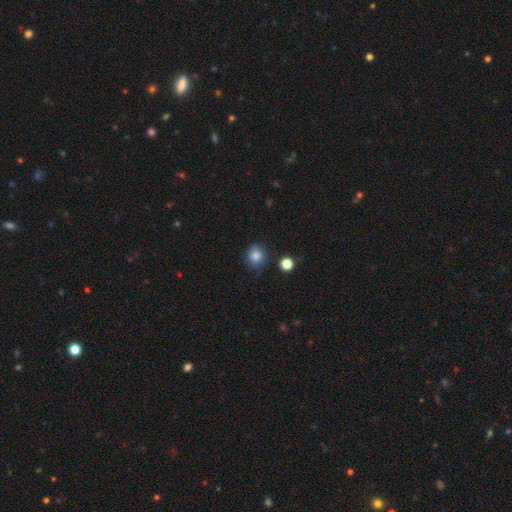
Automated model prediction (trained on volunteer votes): Smooth or featured?
  - smooth: 83% *
  - star or artifact: 10%
  - featured or disk: 6%
How rounded?
  - round: 79% *
  - in between: 20%
  - cigar-shaped: 1%
Merging?
  - none: 76% *
  - minor disturbance: 17%
  - major disturbance: 4%
  - merger: 3%